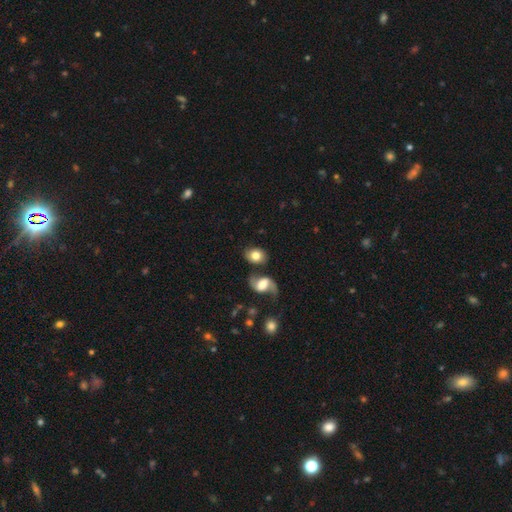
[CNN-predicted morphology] smooth 73%, featured or disk 19%, star or artifact 8%. Down the decision tree: how rounded — in between (65%); merging — none (66%).